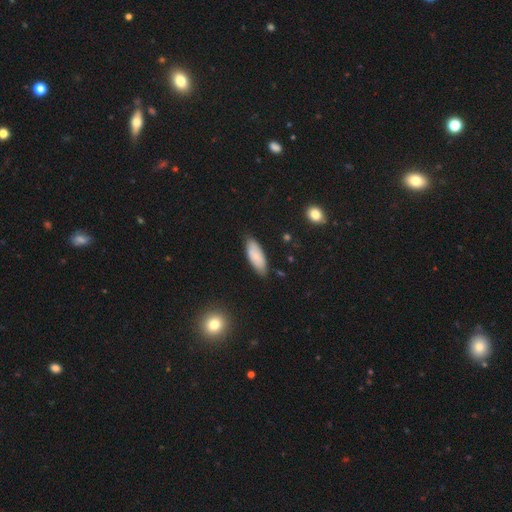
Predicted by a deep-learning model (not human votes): Morphology: type=smooth (81%); roundness=in between (74%); merging=none (80%).